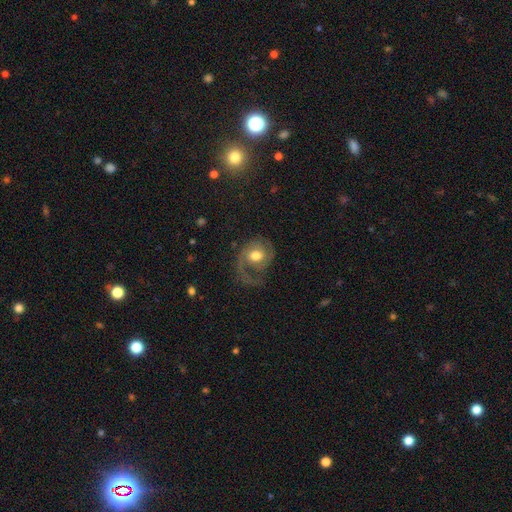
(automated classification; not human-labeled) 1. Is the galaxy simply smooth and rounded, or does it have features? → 67% featured or disk, 26% smooth, 7% star or artifact.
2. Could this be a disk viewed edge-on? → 97% no, 3% yes.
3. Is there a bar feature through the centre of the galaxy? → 61% no, 32% weak, 7% strong.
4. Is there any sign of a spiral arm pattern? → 87% yes, 13% no.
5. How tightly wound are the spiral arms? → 42% medium, 31% loose, 26% tight.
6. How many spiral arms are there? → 49% 1, 39% 2, 7% can't tell, 2% 3, 1% 4, 1% more than 4.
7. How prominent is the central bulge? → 69% moderate, 19% large, 9% small, 2% dominant, 1% none.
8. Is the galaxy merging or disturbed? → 42% none, 36% major disturbance, 20% minor disturbance, 2% merger.